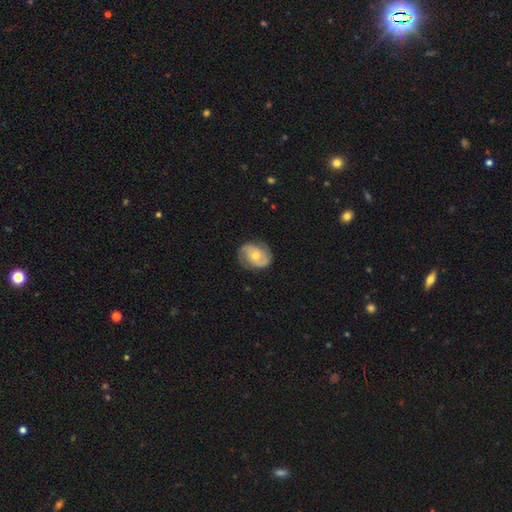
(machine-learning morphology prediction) Smooth or featured? featured or disk (64%)
Edge-on disk? no (97%)
Bar? no (62%)
Spiral arms? yes (88%)
Spiral winding? medium (44%)
Spiral arm count? 2 (82%)
Bulge size? moderate (60%)
Merging? none (76%)